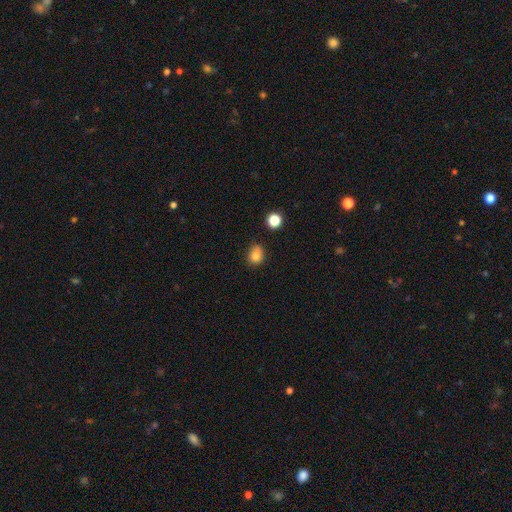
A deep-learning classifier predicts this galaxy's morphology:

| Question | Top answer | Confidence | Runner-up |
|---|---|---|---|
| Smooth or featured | smooth | 81% | star or artifact (12%) |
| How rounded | round | 64% | in between (35%) |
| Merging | none | 65% | minor disturbance (24%) |